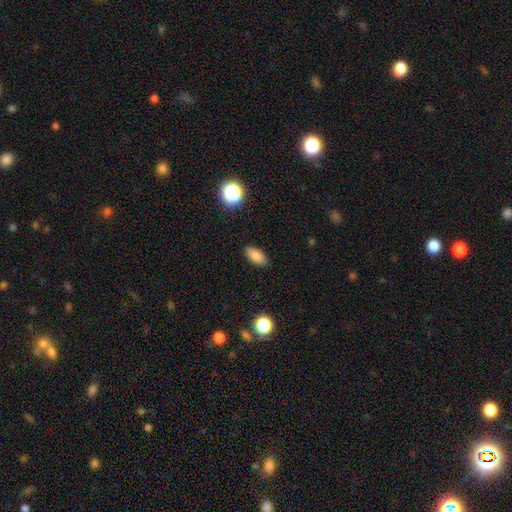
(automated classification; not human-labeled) Smooth or featured? Predicted: smooth (p=0.84). How rounded? Predicted: in between (p=0.88). Merging? Predicted: none (p=0.87).